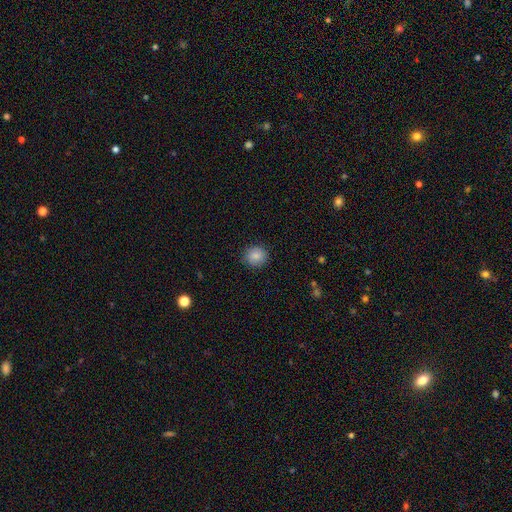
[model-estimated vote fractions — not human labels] smooth 84%, star or artifact 9%, featured or disk 7%. Down the decision tree: how rounded — round (86%); merging — none (88%).